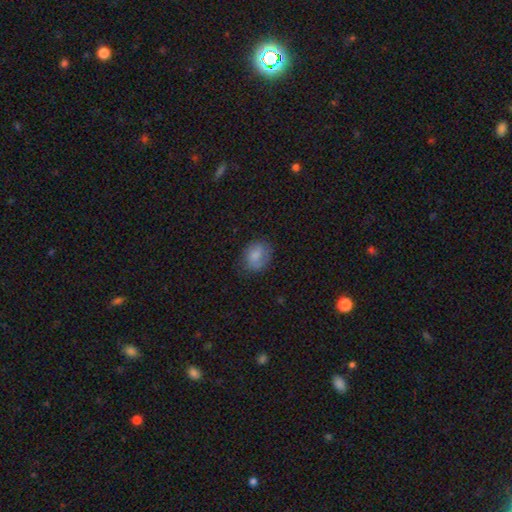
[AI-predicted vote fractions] smooth-or-featured: smooth: 70% | featured or disk: 22% | star or artifact: 8%
  how-rounded: in between: 56% | round: 43% | cigar-shaped: 1%
  merging: none: 69% | minor disturbance: 21% | major disturbance: 8% | merger: 1%